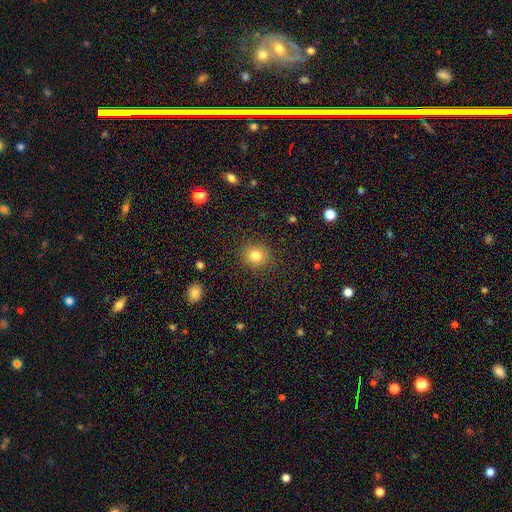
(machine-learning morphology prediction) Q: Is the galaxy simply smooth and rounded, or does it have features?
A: smooth — 81%.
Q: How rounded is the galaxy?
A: round — 82%.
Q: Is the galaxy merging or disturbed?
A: none — 88%.